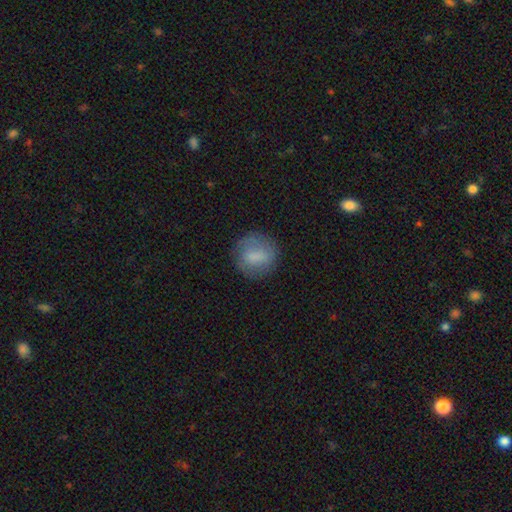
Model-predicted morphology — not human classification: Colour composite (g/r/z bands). It shows a smooth galaxy with no disk features (73%) that is round (85%). Merging: none (76%).